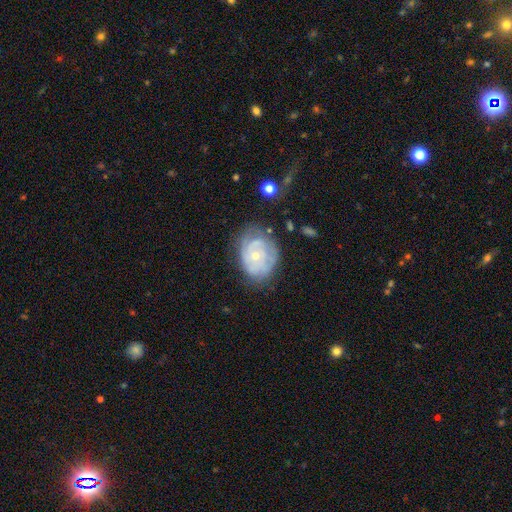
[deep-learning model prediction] Smooth or featured?
  - featured or disk: 71% *
  - smooth: 22%
  - star or artifact: 7%
Edge-on disk?
  - no: 97% *
  - yes: 3%
Bar?
  - no: 82% *
  - weak: 15%
  - strong: 3%
Spiral arms?
  - yes: 79% *
  - no: 21%
Spiral winding?
  - tight: 66% *
  - medium: 25%
  - loose: 8%
Spiral arm count?
  - can't tell: 47% *
  - 2: 22%
  - 3: 15%
  - 1: 6%
  - 4: 5%
  - more than 4: 4%
Bulge size?
  - small: 63% *
  - moderate: 33%
  - large: 1%
  - none: 1%
  - dominant: 1%
Merging?
  - none: 62% *
  - minor disturbance: 25%
  - major disturbance: 11%
  - merger: 2%